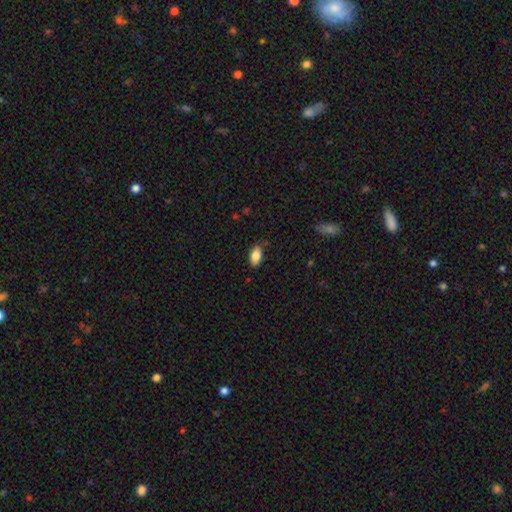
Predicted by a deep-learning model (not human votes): Smooth or featured?
  - smooth: 85% *
  - featured or disk: 8%
  - star or artifact: 7%
How rounded?
  - in between: 92% *
  - round: 4%
  - cigar-shaped: 3%
Merging?
  - none: 78% *
  - minor disturbance: 18%
  - major disturbance: 3%
  - merger: 1%